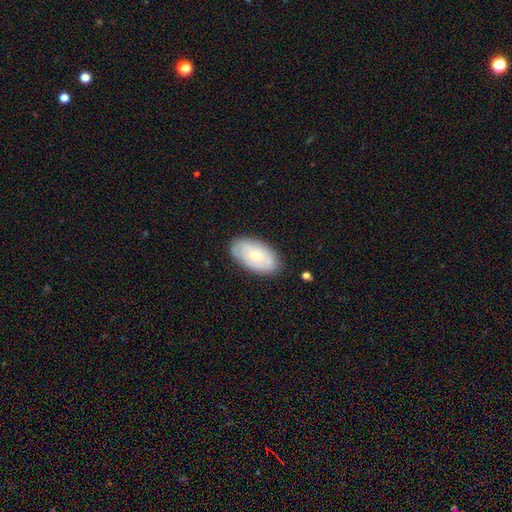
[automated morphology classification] Smooth or featured?
  - smooth: 52% *
  - featured or disk: 41%
  - star or artifact: 7%
How rounded?
  - in between: 94% *
  - round: 4%
  - cigar-shaped: 2%
Merging?
  - none: 82% *
  - minor disturbance: 14%
  - major disturbance: 3%
  - merger: 1%